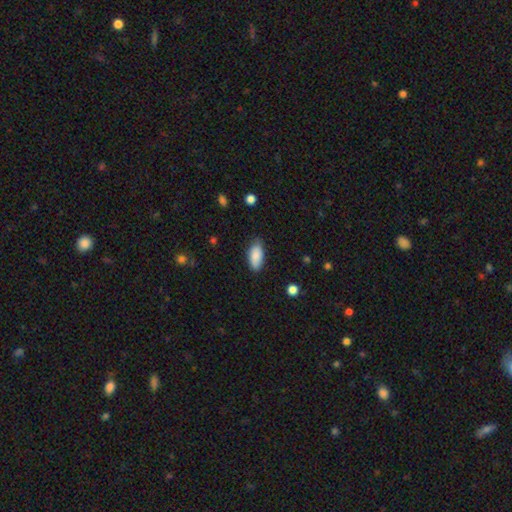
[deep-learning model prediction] Smooth or featured: smooth — 86% (featured or disk — 7%)
How rounded: in between — 90% (cigar-shaped — 8%)
Merging: none — 75% (minor disturbance — 21%)